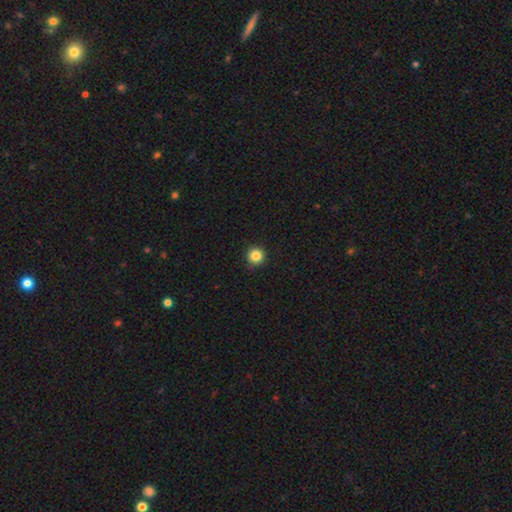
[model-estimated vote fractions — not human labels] smooth-or-featured: smooth: 85% | star or artifact: 11% | featured or disk: 4%
  how-rounded: round: 96% | in between: 3% | cigar-shaped: 1%
  merging: none: 91% | minor disturbance: 6% | major disturbance: 2% | merger: 1%